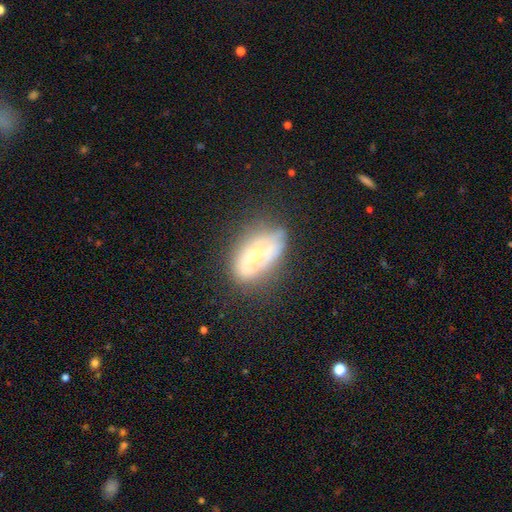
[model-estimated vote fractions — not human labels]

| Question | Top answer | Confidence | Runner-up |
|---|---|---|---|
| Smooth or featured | featured or disk | 51% | smooth (39%) |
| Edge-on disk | no | 85% | yes (15%) |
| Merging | none | 56% | minor disturbance (27%) |